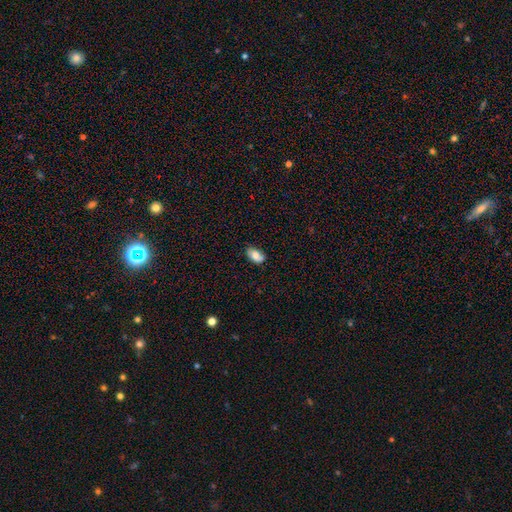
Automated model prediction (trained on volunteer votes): Smooth or featured?
  - smooth: 77% *
  - featured or disk: 15%
  - star or artifact: 8%
How rounded?
  - in between: 92% *
  - round: 6%
  - cigar-shaped: 2%
Merging?
  - none: 72% *
  - minor disturbance: 22%
  - major disturbance: 4%
  - merger: 2%